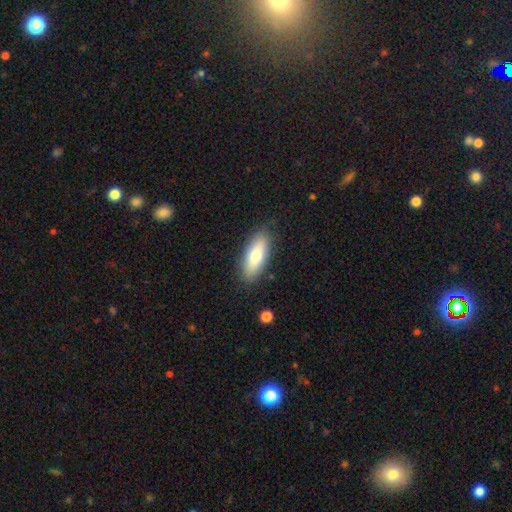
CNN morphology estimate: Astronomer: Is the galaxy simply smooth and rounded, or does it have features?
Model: smooth — 76%.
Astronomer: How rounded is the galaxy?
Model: in between — 75%.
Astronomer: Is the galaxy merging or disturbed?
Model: none — 84%.